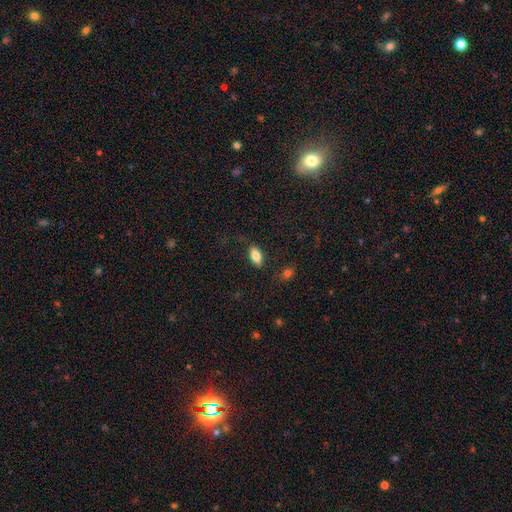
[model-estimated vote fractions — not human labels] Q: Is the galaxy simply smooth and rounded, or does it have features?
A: smooth — 78%.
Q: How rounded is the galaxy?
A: in between — 88%.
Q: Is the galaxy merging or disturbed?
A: none — 83%.